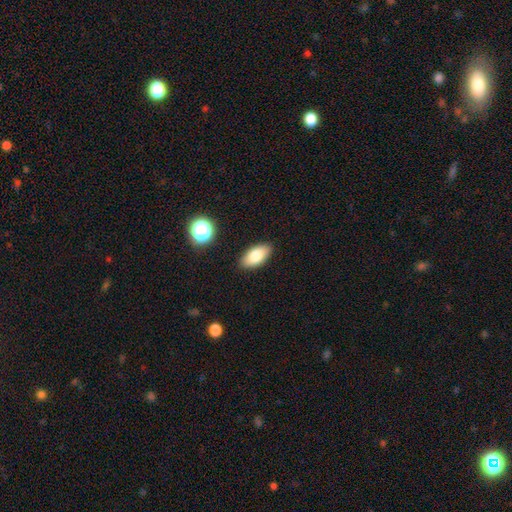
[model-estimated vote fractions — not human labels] Smooth or featured?
  - smooth: 81% *
  - featured or disk: 11%
  - star or artifact: 8%
How rounded?
  - in between: 91% *
  - cigar-shaped: 6%
  - round: 3%
Merging?
  - none: 87% *
  - minor disturbance: 9%
  - major disturbance: 2%
  - merger: 1%